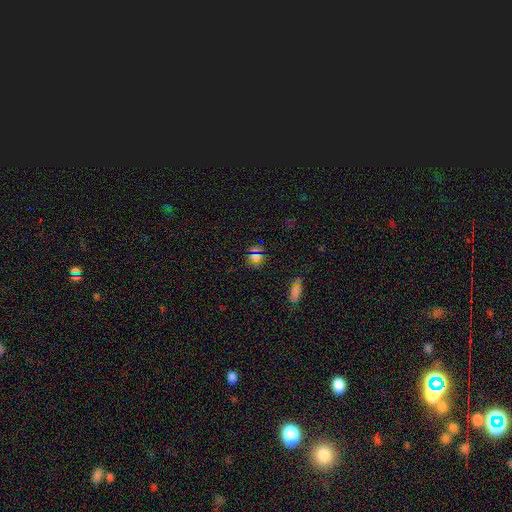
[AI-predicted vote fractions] Smooth or featured? Predicted: star or artifact (p=0.48).